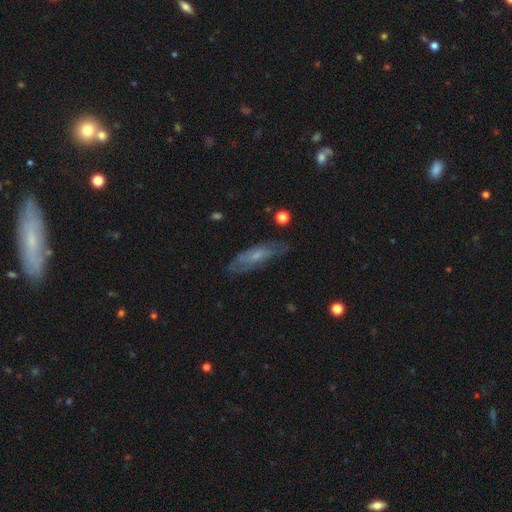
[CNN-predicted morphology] smooth_or_featured: featured or disk (p=0.50) [alt: smooth p=0.42]
merging: none (p=0.69) [alt: minor disturbance p=0.21]